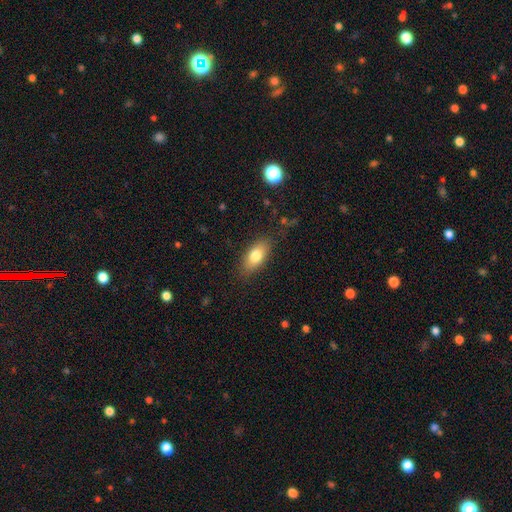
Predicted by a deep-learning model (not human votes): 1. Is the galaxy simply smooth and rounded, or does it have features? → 78% smooth, 14% featured or disk, 8% star or artifact.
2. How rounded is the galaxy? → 85% in between, 10% cigar-shaped, 5% round.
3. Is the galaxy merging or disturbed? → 84% none, 11% minor disturbance, 3% major disturbance, 1% merger.